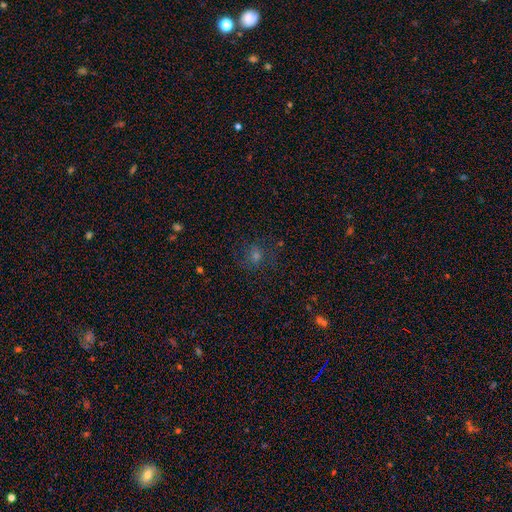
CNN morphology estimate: type=smooth (47%); merging=none (77%).